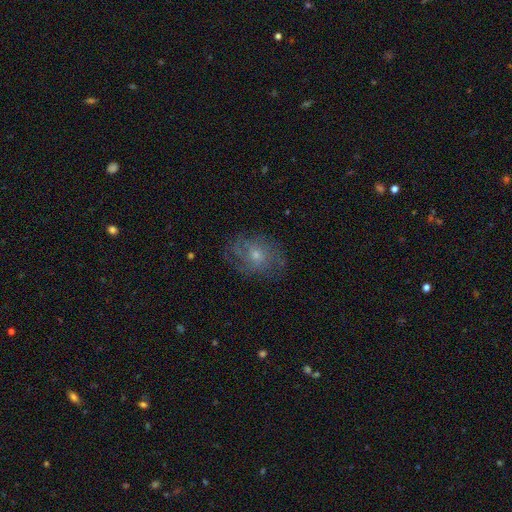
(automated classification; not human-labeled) Q: Smooth or featured?
A: featured or disk (59%); runner-up: smooth (30%)
Q: Edge-on disk?
A: no (96%); runner-up: yes (4%)
Q: Bar?
A: no (79%); runner-up: weak (18%)
Q: Spiral arms?
A: yes (74%); runner-up: no (26%)
Q: Bulge size?
A: small (59%); runner-up: moderate (36%)
Q: Merging?
A: none (70%); runner-up: minor disturbance (19%)